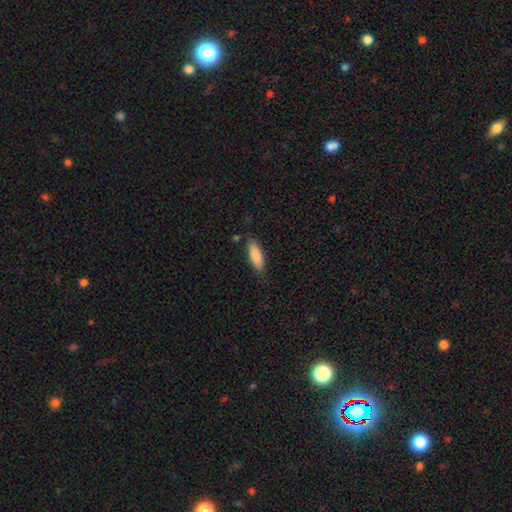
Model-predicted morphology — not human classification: smooth_or_featured: smooth (p=0.87) [alt: featured or disk p=0.08]
how_rounded: in between (p=0.58) [alt: cigar-shaped p=0.40]
merging: none (p=0.81) [alt: minor disturbance p=0.14]